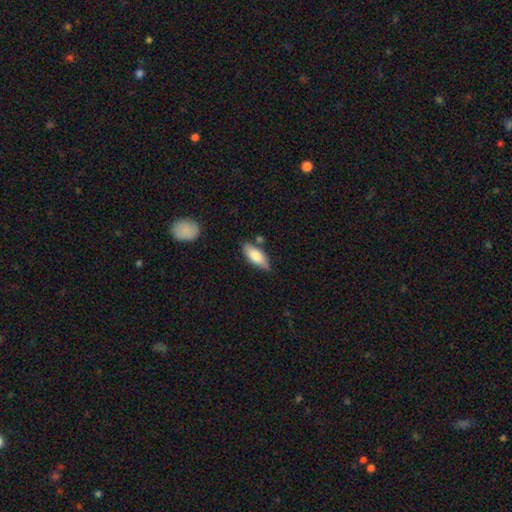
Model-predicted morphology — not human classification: This appears to be a smooth galaxy with no disk features (70%) that is in between round and cigar-shaped (73%). Merging: none (69%).